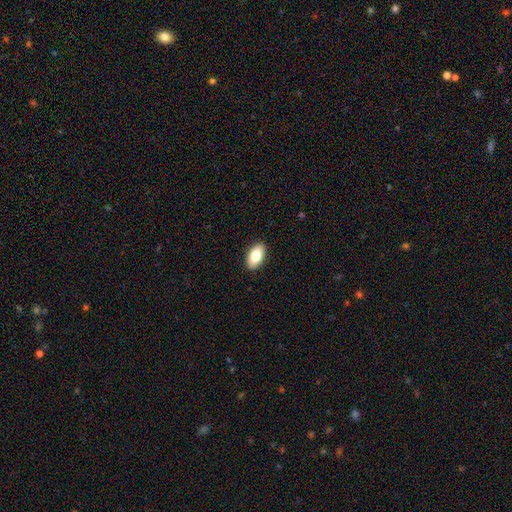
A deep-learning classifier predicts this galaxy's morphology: smooth 80%, featured or disk 13%, star or artifact 7%. Down the decision tree: how rounded — in between (93%); merging — none (90%).